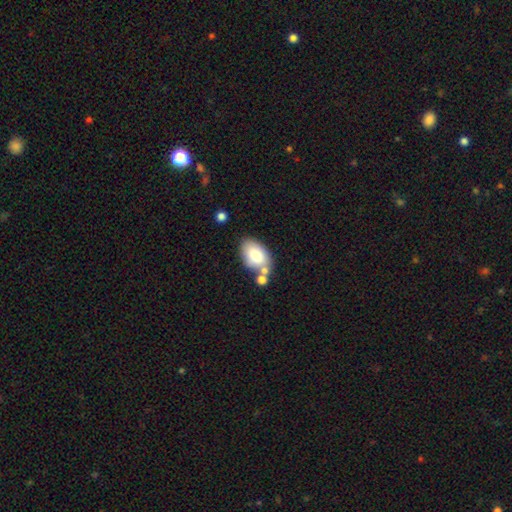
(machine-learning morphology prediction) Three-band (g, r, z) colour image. It shows a smooth galaxy with no disk features (80%) that is in between round and cigar-shaped (92%). Merging: none (60%).